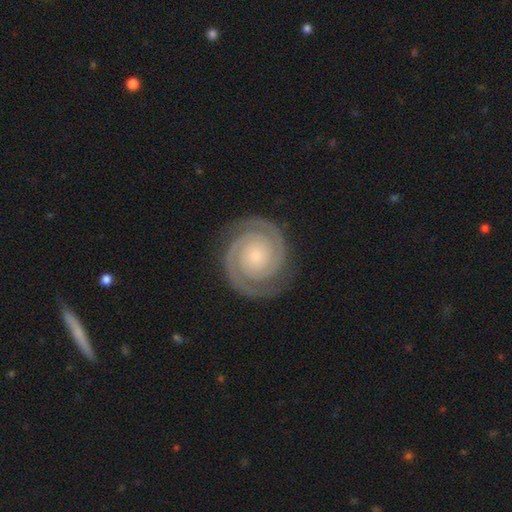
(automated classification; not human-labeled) This is clearly a featured or disk galaxy (92%). It is clearly not viewed edge-on (98%). Bar: likely no (78%). Spiral arm pattern: clearly yes (99%). Spiral arm count: clearly 2 (92%). Spiral winding: clearly tight (83%). Central bulge: likely small (62%). Merging: clearly none (86%).